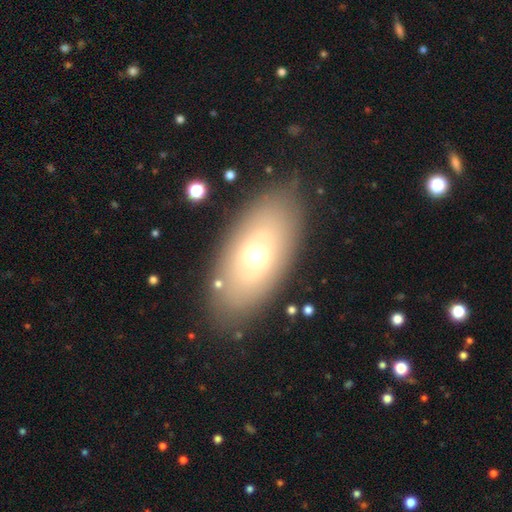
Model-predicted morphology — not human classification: This appears to be a smooth galaxy with no disk features (56%) that is in between round and cigar-shaped (88%). Merging: none (83%).